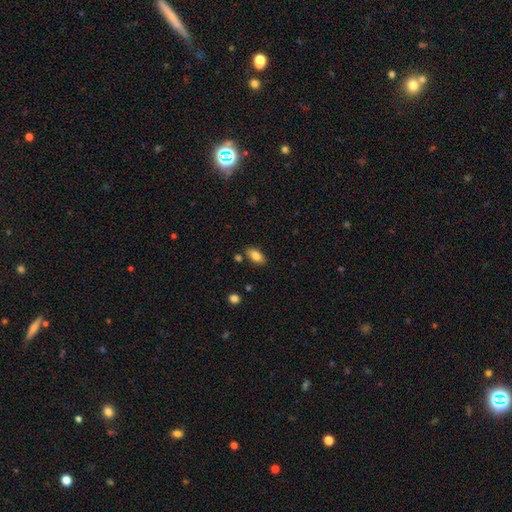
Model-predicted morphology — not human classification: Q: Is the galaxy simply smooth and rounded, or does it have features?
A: smooth — 82%.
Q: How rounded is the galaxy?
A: in between — 90%.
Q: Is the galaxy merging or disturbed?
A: none — 82%.